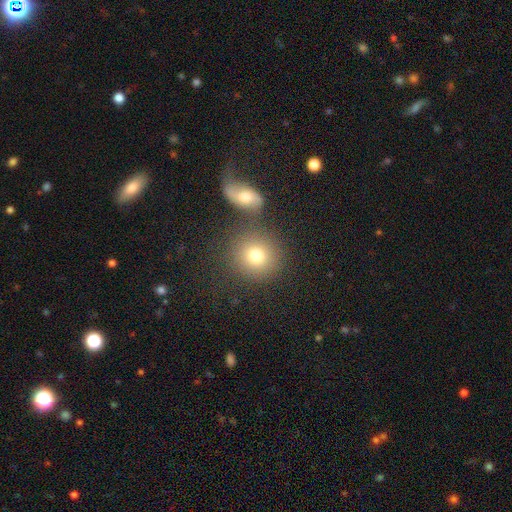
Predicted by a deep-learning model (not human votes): Morphology: type=smooth (79%); roundness=round (88%); merging=none (73%).